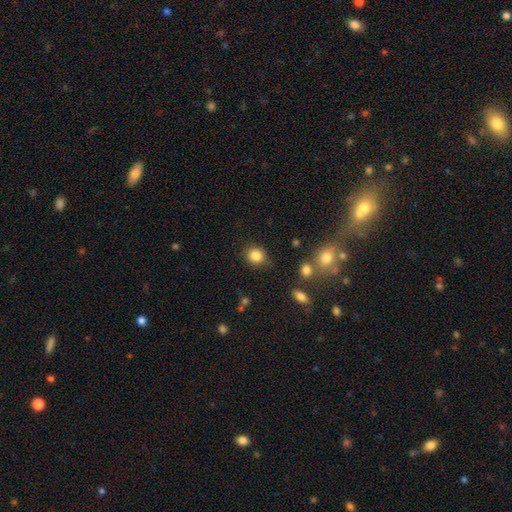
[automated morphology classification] Smooth or featured: smooth — 85% (star or artifact — 10%)
How rounded: round — 78% (in between — 21%)
Merging: none — 81% (minor disturbance — 12%)